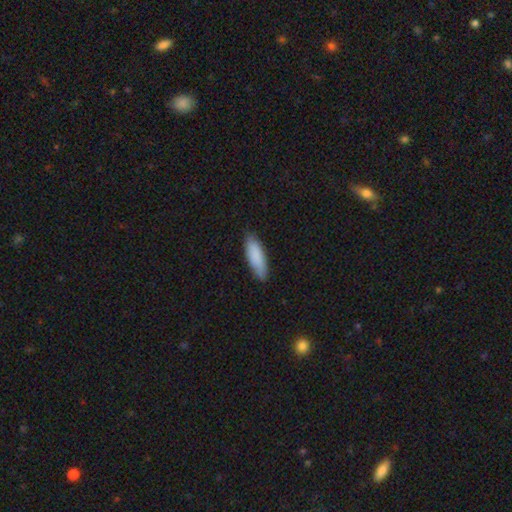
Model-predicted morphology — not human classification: Overall: smooth (87%). How rounded: in between (55%; cigar-shaped 44%). Merging: none (85%).